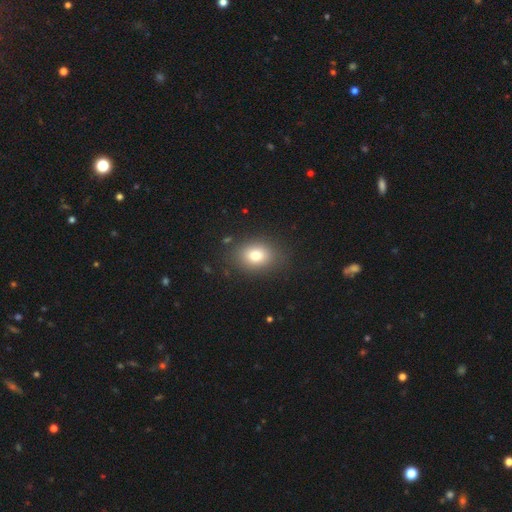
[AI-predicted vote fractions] smooth_or_featured: smooth (p=0.77) [alt: star or artifact p=0.12]
how_rounded: in between (p=0.59) [alt: round p=0.40]
merging: none (p=0.85) [alt: minor disturbance p=0.10]